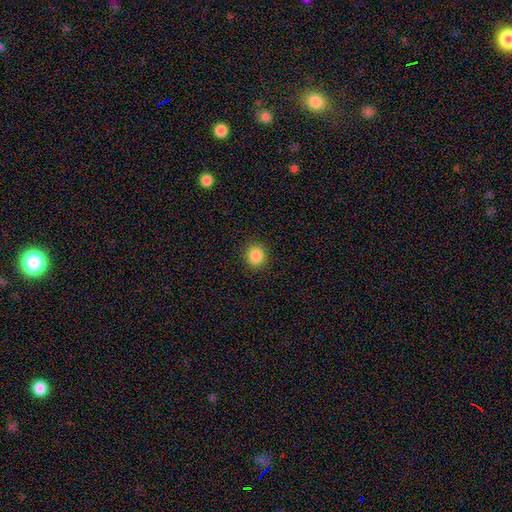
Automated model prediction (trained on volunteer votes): Smooth or featured: smooth — 87% (star or artifact — 10%)
How rounded: round — 84% (in between — 15%)
Merging: none — 91% (minor disturbance — 6%)